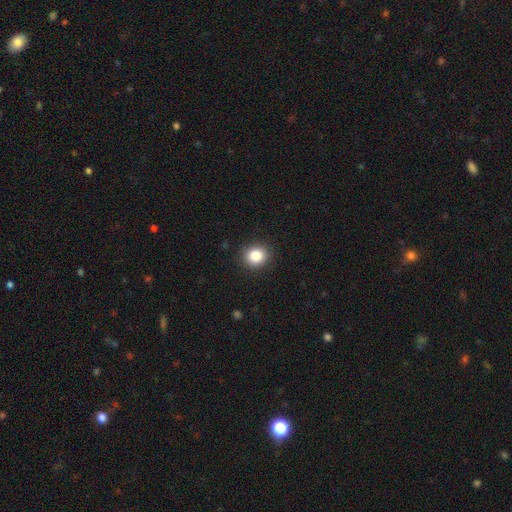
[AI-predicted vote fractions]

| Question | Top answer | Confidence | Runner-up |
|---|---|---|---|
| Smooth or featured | smooth | 85% | star or artifact (10%) |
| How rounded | round | 79% | in between (21%) |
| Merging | none | 90% | minor disturbance (7%) |